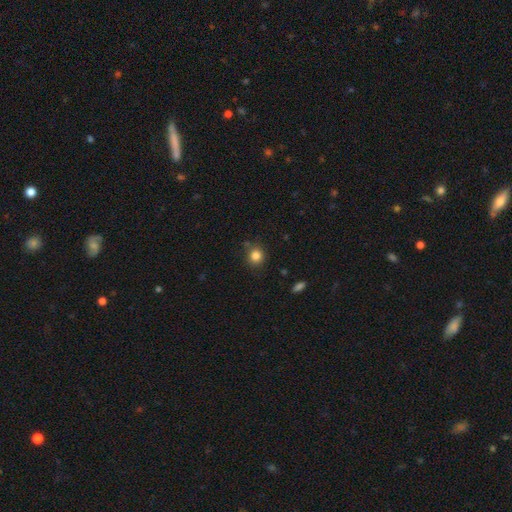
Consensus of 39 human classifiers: A smooth galaxy with no disk features (79%) that is round (87%). Merging: none (97%).